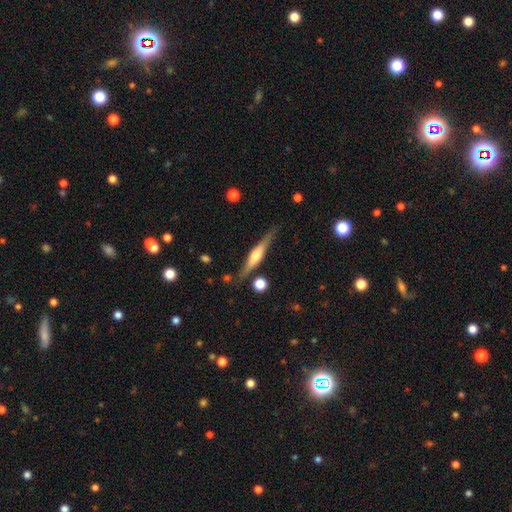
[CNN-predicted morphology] This appears to be a featured or disk galaxy (72%) viewed edge-on (97%) with a rounded central bulge (79%). Merging: none (83%).